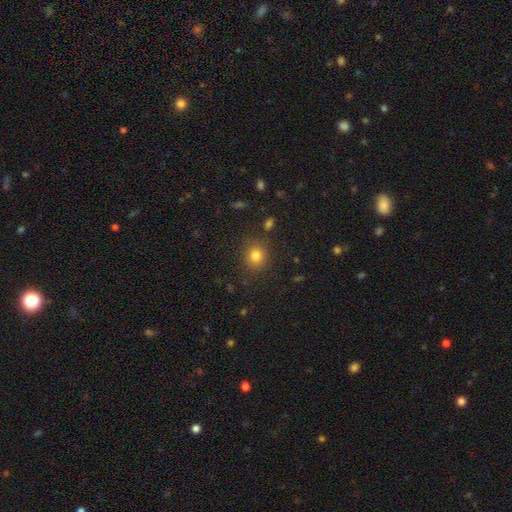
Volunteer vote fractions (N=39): Overall: smooth (87%). How rounded: round (82%). Merging: none (92%).